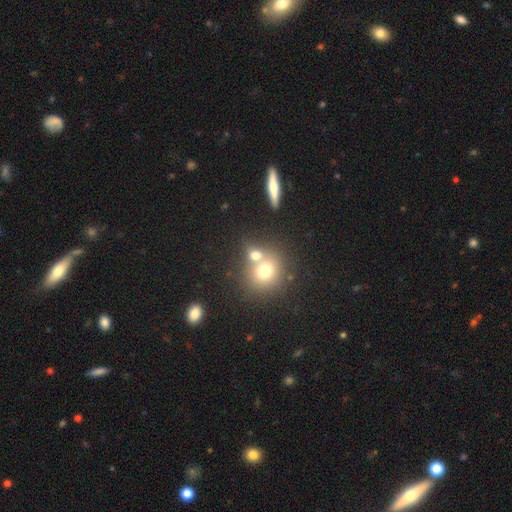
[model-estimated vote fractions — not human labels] A smooth galaxy with no disk features (72%) that is round (71%). Merging: merger (51%).